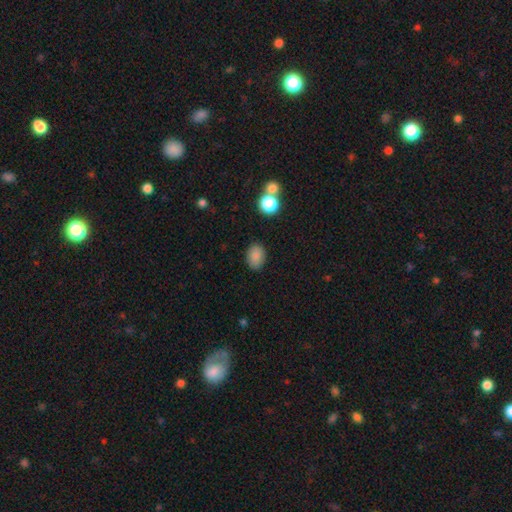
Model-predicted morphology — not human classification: A smooth galaxy with no disk features (86%) that is in between round and cigar-shaped (73%). Merging: none (83%).